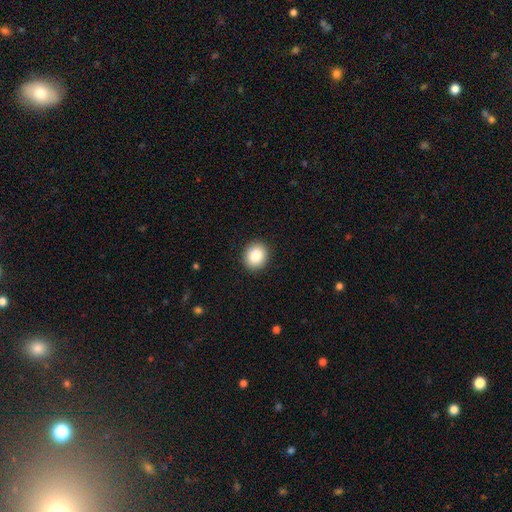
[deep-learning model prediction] A smooth galaxy with no disk features (84%) that is round (77%).

Vote fractions:
- Smooth or featured? smooth: 84% / star or artifact: 9% / featured or disk: 7%
- How rounded? round: 77% / in between: 22% / cigar-shaped: 1%
- Merging? none: 91% / minor disturbance: 6% / major disturbance: 2% / merger: 1%